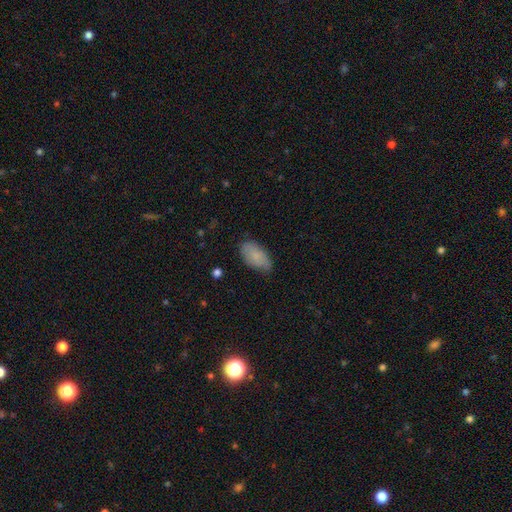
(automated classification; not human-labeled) The model was most divided on "merging": none: 71%, minor disturbance: 24%, major disturbance: 4%, merger: 1%. More confident: how rounded — in between (94%); smooth or featured — smooth (82%).